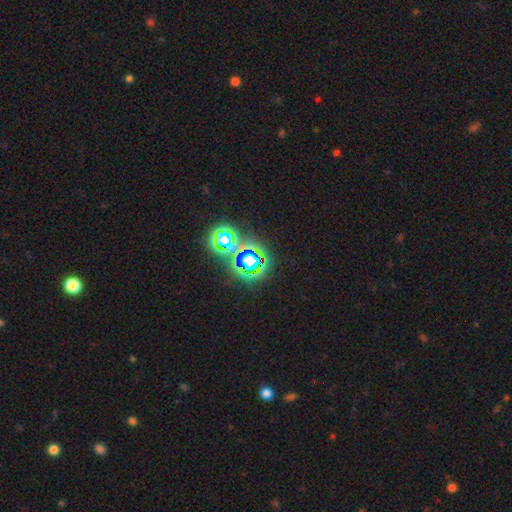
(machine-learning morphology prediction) Smooth or featured? Predicted: star or artifact (p=0.77).